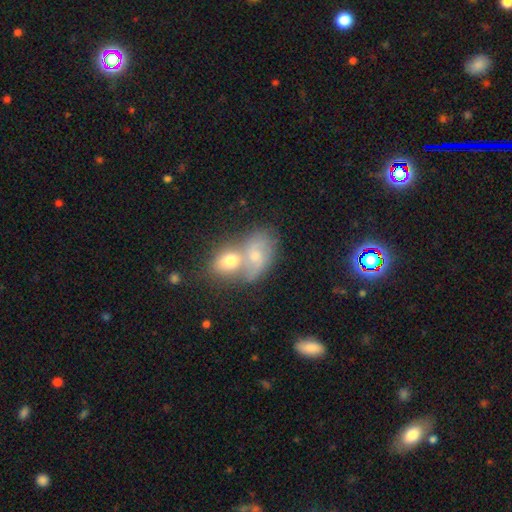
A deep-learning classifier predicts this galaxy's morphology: A smooth galaxy with no disk features (48%). Merging: merger (61%).